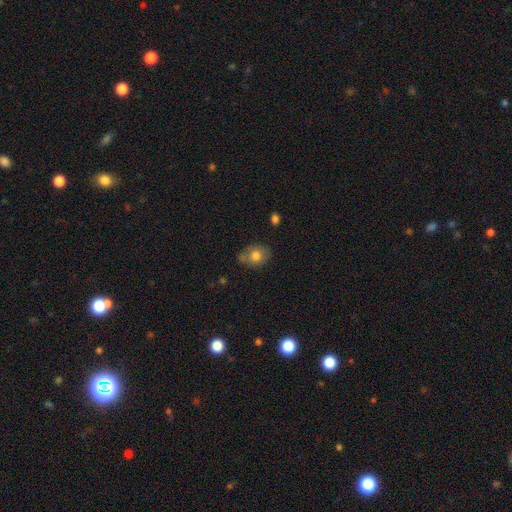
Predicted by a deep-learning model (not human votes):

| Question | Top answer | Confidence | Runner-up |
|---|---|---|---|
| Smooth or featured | smooth | 76% | featured or disk (15%) |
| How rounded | in between | 52% | round (47%) |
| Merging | none | 63% | minor disturbance (23%) |